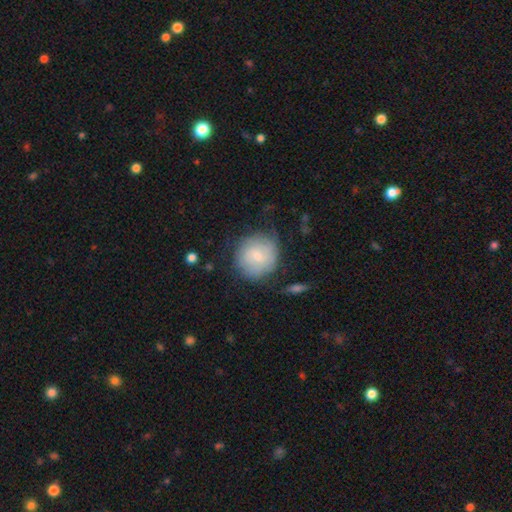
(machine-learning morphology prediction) smooth 65%, featured or disk 28%, star or artifact 7%. Down the decision tree: how rounded — round (90%); merging — none (70%).